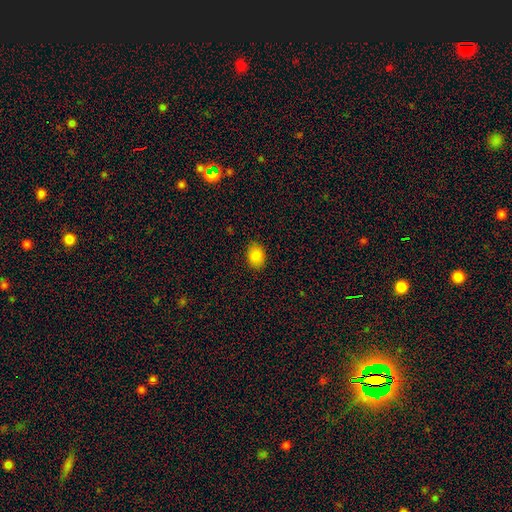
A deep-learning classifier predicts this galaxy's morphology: This is clearly a smooth galaxy (86%). How rounded: likely in between (67%). Merging: clearly none (87%).